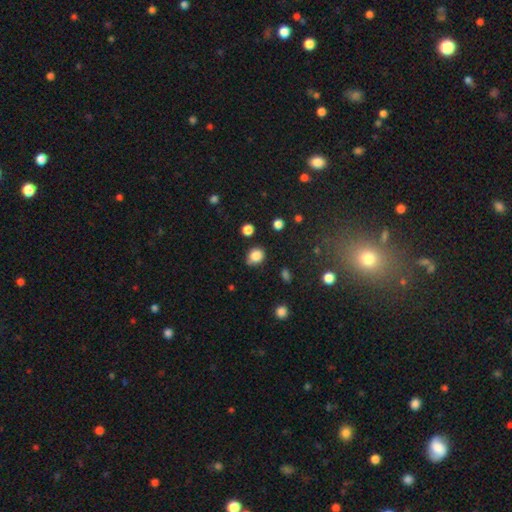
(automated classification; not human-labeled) The model was most divided on "how rounded": round: 74%, in between: 25%, cigar-shaped: 1%. More confident: smooth or featured — smooth (84%); merging — none (73%).